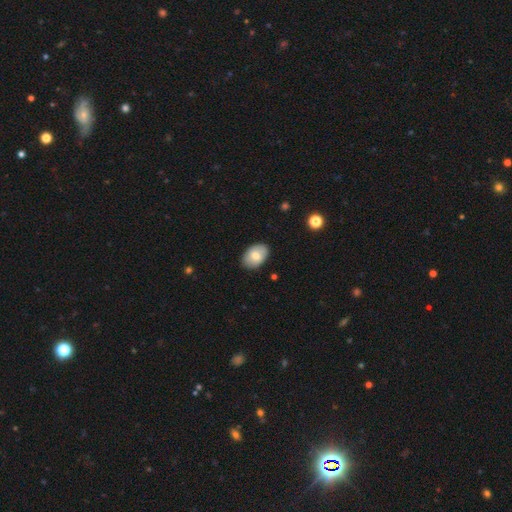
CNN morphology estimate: smooth 73%, featured or disk 20%, star or artifact 7%. Down the decision tree: how rounded — in between (87%); merging — none (86%).